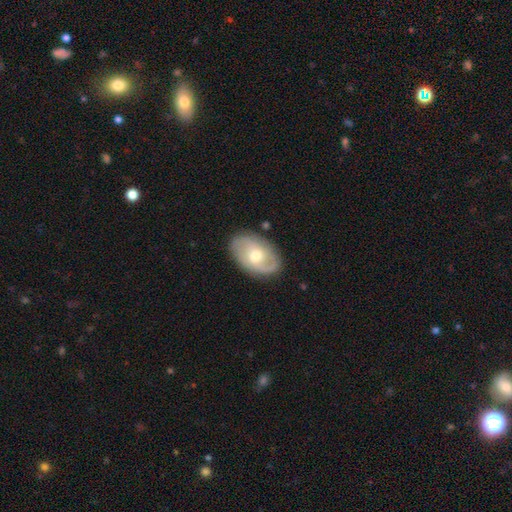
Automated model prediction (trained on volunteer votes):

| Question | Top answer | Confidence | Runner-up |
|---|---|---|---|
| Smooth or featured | featured or disk | 61% | smooth (33%) |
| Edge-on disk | no | 94% | yes (6%) |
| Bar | no | 64% | weak (30%) |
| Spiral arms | yes | 76% | no (24%) |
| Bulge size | moderate | 67% | small (27%) |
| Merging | none | 81% | minor disturbance (14%) |